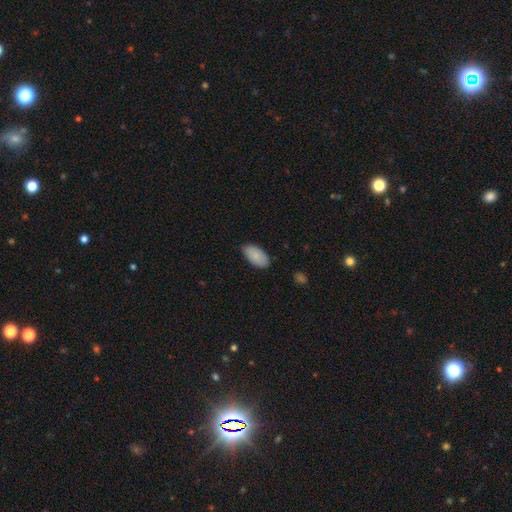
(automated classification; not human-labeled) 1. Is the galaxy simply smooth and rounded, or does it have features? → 88% smooth, 6% star or artifact, 6% featured or disk.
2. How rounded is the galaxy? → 95% in between, 3% cigar-shaped, 2% round.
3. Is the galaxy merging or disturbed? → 80% none, 17% minor disturbance, 2% major disturbance, 1% merger.